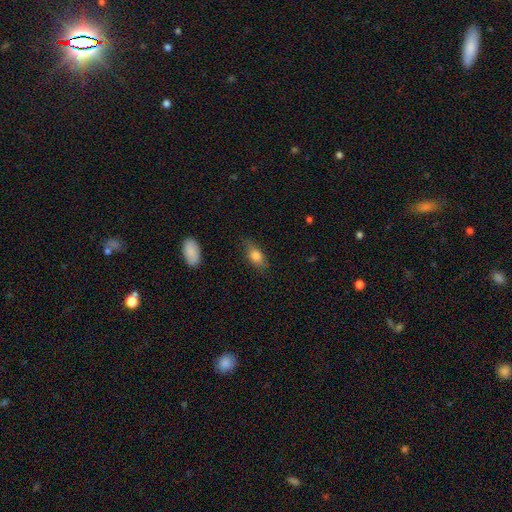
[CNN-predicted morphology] This appears to be a smooth galaxy with no disk features (79%) that is in between round and cigar-shaped (82%). Merging: none (75%).